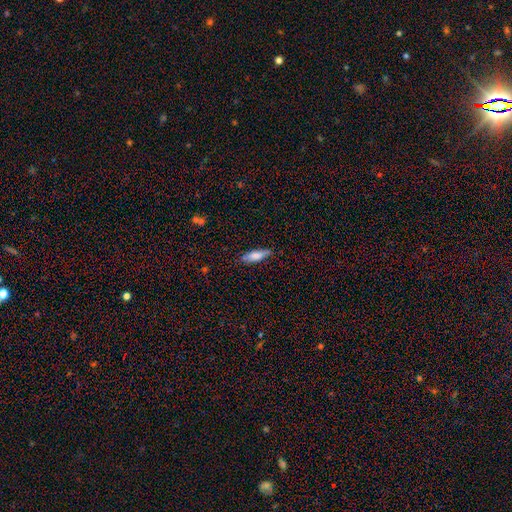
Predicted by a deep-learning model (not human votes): Smooth or featured?
  - smooth: 74% *
  - featured or disk: 19%
  - star or artifact: 7%
How rounded?
  - cigar-shaped: 57% *
  - in between: 41%
  - round: 2%
Merging?
  - none: 79% *
  - minor disturbance: 16%
  - major disturbance: 3%
  - merger: 2%